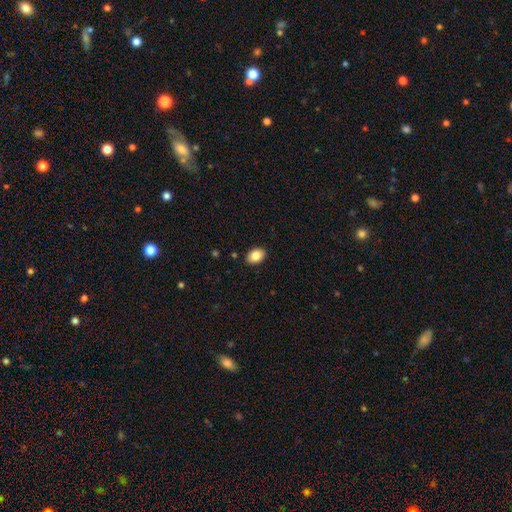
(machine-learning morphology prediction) Overall: smooth (85%). How rounded: in between (82%). Merging: none (89%).